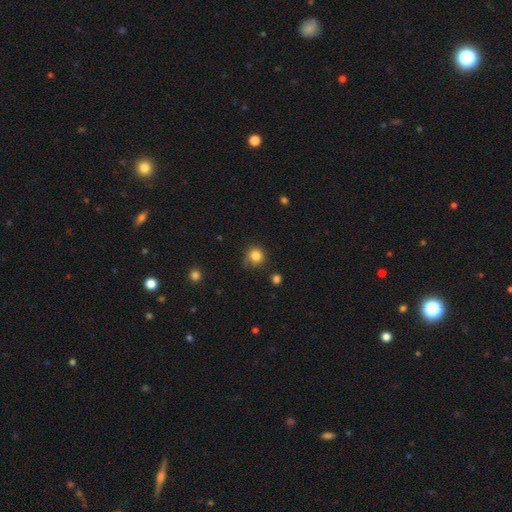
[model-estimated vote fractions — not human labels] A smooth galaxy with no disk features (83%) that is round (90%).

Vote fractions:
- Smooth or featured? smooth: 83% / star or artifact: 12% / featured or disk: 6%
- How rounded? round: 90% / in between: 9% / cigar-shaped: 1%
- Merging? none: 68% / minor disturbance: 22% / major disturbance: 6% / merger: 4%